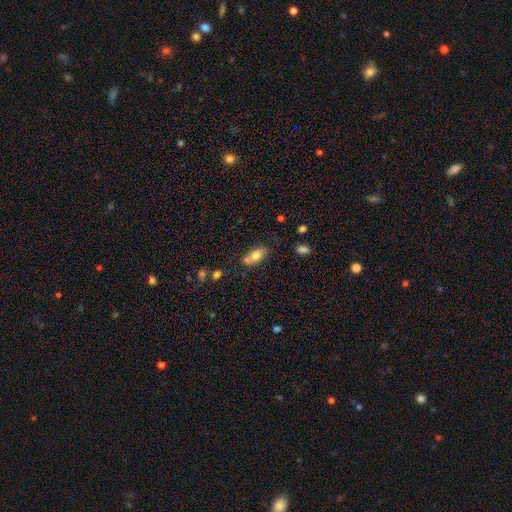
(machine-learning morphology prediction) smooth_or_featured: smooth (p=0.74) [alt: featured or disk p=0.17]
how_rounded: in between (p=0.87) [alt: round p=0.07]
merging: none (p=0.55) [alt: merger p=0.21]